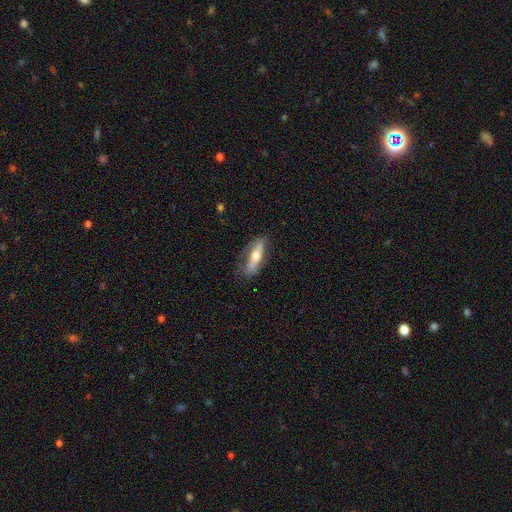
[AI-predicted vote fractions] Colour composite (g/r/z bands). It shows a featured or disk galaxy (53%) viewed edge-on (56%). Merging: none (68%).